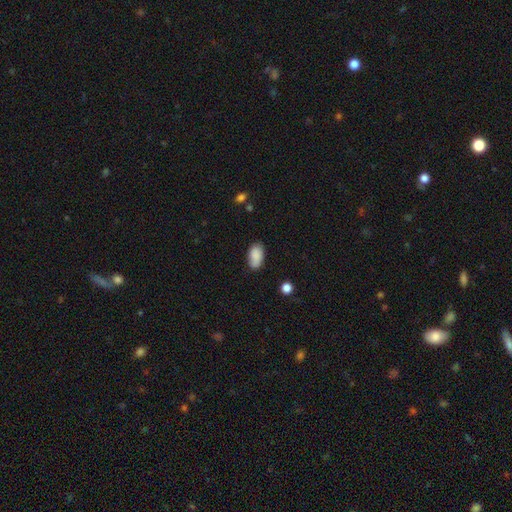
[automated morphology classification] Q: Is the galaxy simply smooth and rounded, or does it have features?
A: smooth — 86%.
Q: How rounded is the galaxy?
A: in between — 93%.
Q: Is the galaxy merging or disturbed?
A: none — 71%.